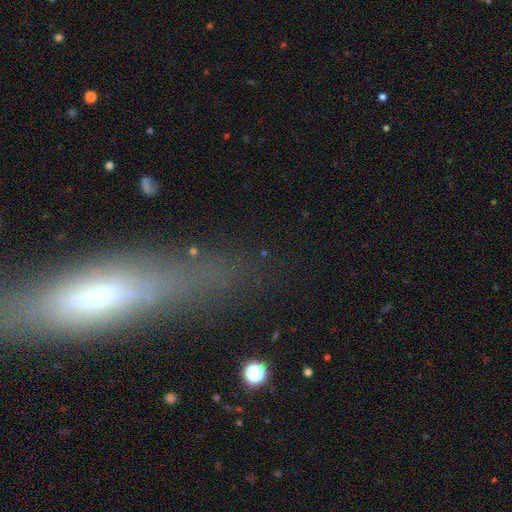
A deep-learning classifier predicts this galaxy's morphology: A featured or disk galaxy (49%). Merging: none (72%).